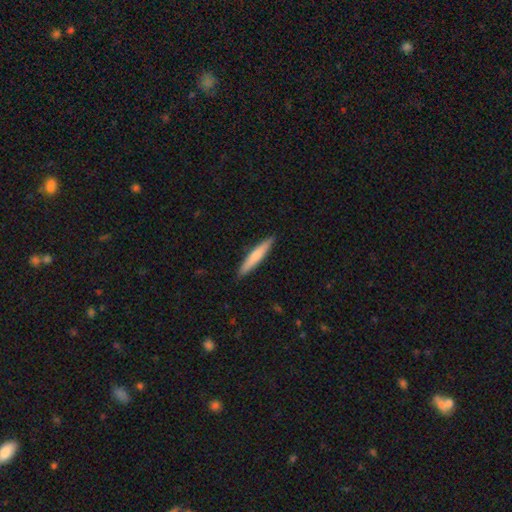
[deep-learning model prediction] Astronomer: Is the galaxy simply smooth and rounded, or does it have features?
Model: smooth — 70%.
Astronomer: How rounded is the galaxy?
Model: cigar-shaped — 93%.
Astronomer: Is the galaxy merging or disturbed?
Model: none — 90%.